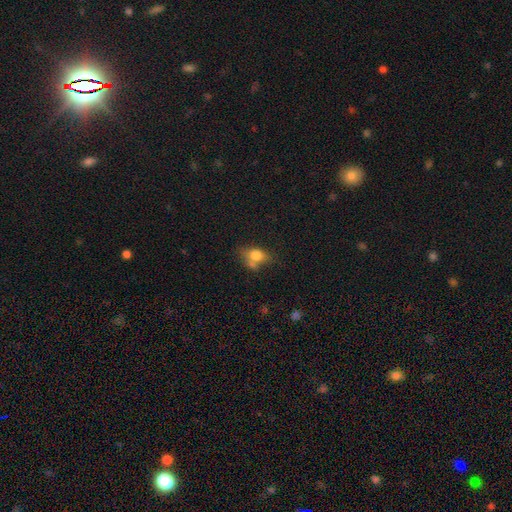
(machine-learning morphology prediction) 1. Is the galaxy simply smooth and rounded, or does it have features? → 76% smooth, 14% featured or disk, 11% star or artifact.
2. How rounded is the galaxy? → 69% in between, 28% round, 3% cigar-shaped.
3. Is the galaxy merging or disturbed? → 39% none, 26% merger, 23% minor disturbance, 12% major disturbance.